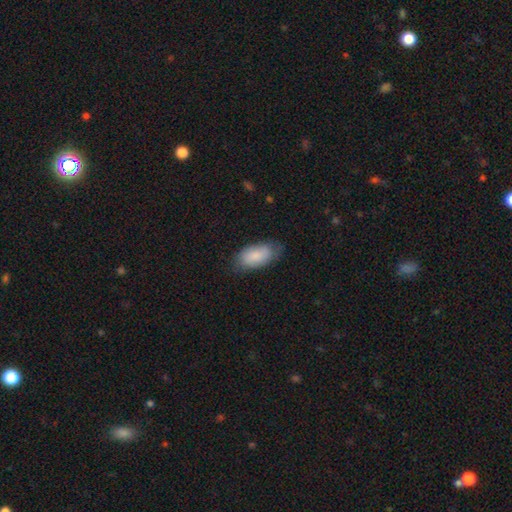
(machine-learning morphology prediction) The model was most divided on "merging": none: 72%, minor disturbance: 22%, major disturbance: 5%, merger: 1%. More confident: how rounded — in between (93%); smooth or featured — smooth (86%).